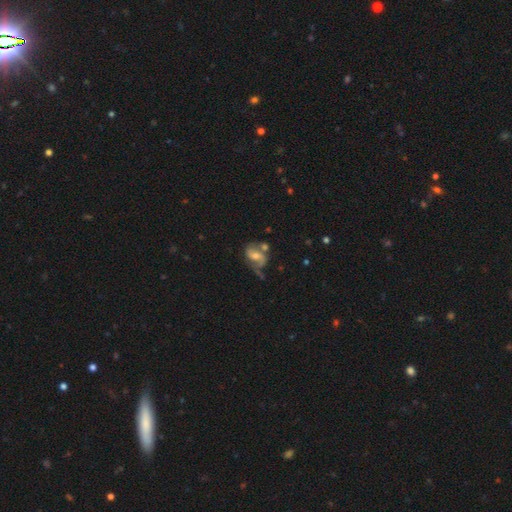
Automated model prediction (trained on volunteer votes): This appears to be a featured or disk galaxy (67%) with no bar (42%), 2 (73%) medium (42%, tied with loose) spiral arms (83%) and a moderate central bulge (59%). Merging: none (37%).